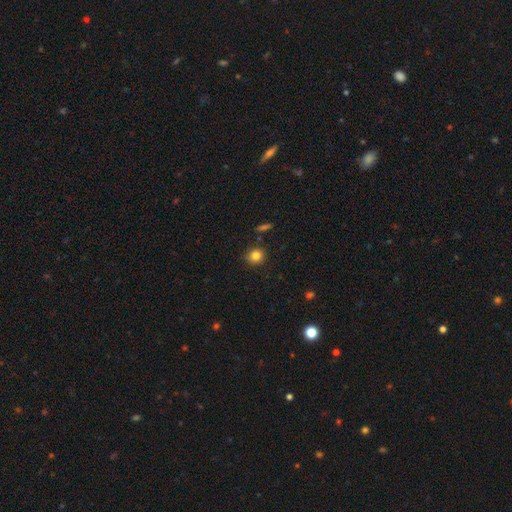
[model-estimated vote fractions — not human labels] Morphology: type=smooth (83%); roundness=round (87%); merging=none (86%).